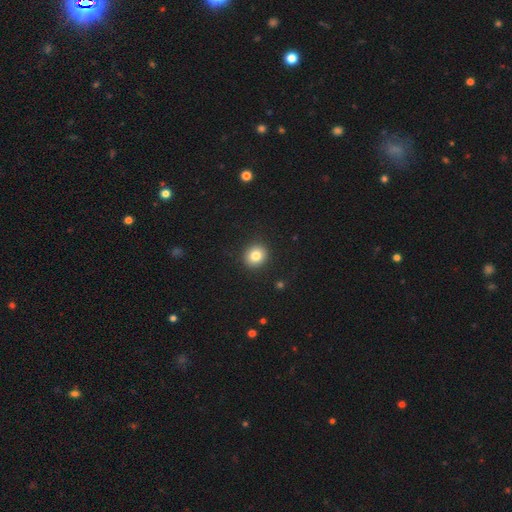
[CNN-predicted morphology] The model was most divided on "how rounded": round: 84%, in between: 16%, cigar-shaped: 1%. More confident: merging — none (91%); smooth or featured — smooth (82%).